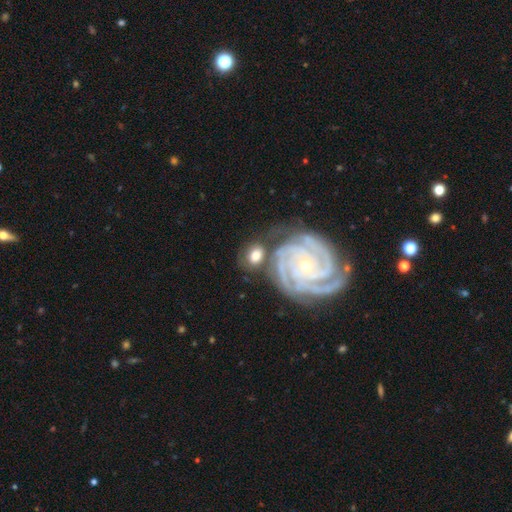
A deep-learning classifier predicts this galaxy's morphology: Overall: featured or disk (48%; smooth 45%). Merging: none (61%).